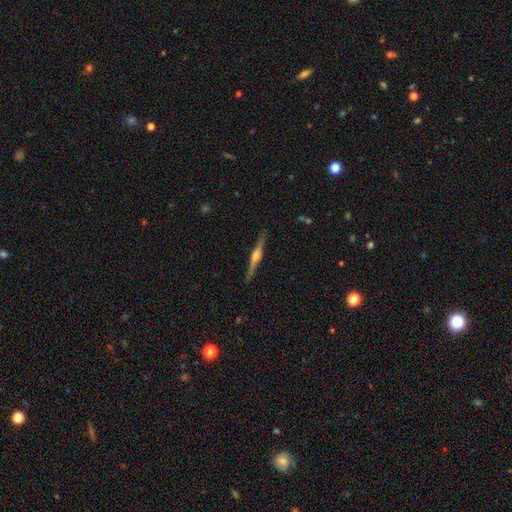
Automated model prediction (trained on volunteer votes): Smooth or featured? Predicted: featured or disk (p=0.80). Edge-on disk? Predicted: yes (p=0.98). Edge-on bulge? Predicted: rounded (p=0.87). Merging? Predicted: none (p=0.91).